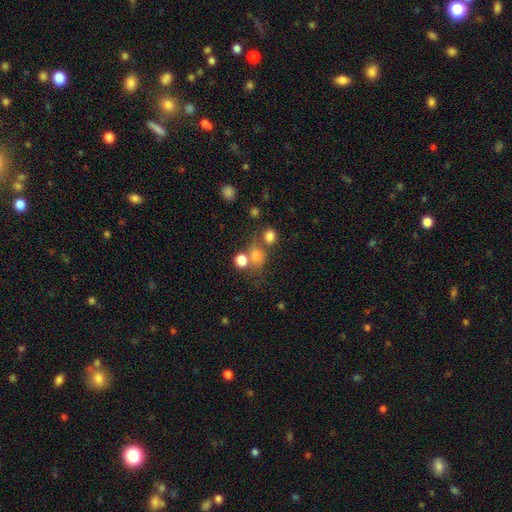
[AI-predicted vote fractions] smooth 71%, star or artifact 19%, featured or disk 11%. Down the decision tree: how rounded — round (71%); merging — none (50%).